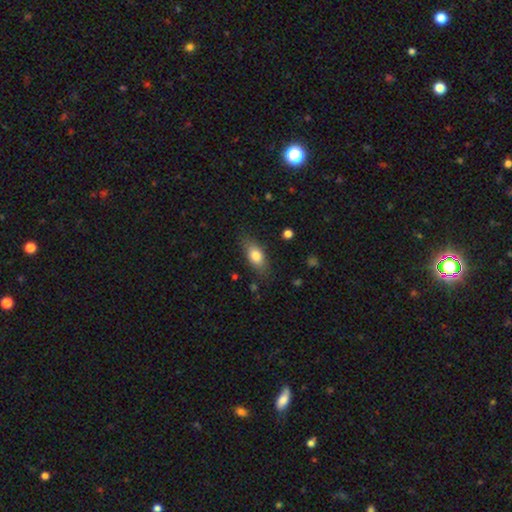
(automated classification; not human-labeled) A smooth galaxy with no disk features (78%) that is in between round and cigar-shaped (82%).

Vote fractions:
- Smooth or featured? smooth: 78% / featured or disk: 15% / star or artifact: 7%
- How rounded? in between: 82% / cigar-shaped: 13% / round: 5%
- Merging? none: 80% / minor disturbance: 15% / major disturbance: 4% / merger: 1%